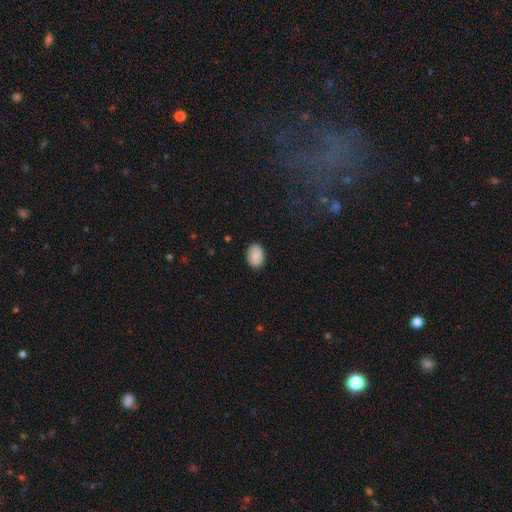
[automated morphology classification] A smooth galaxy with no disk features (90%) that is in between round and cigar-shaped (84%).

Vote fractions:
- Smooth or featured? smooth: 90% / star or artifact: 7% / featured or disk: 3%
- How rounded? in between: 84% / round: 15% / cigar-shaped: 1%
- Merging? none: 87% / minor disturbance: 10% / major disturbance: 2% / merger: 1%